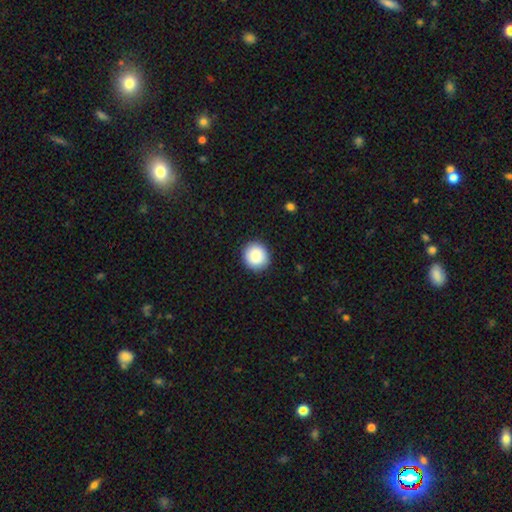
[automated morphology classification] smooth-or-featured: smooth: 87% | star or artifact: 7% | featured or disk: 5%
  how-rounded: round: 89% | in between: 10% | cigar-shaped: 1%
  merging: none: 91% | minor disturbance: 6% | major disturbance: 2% | merger: 1%